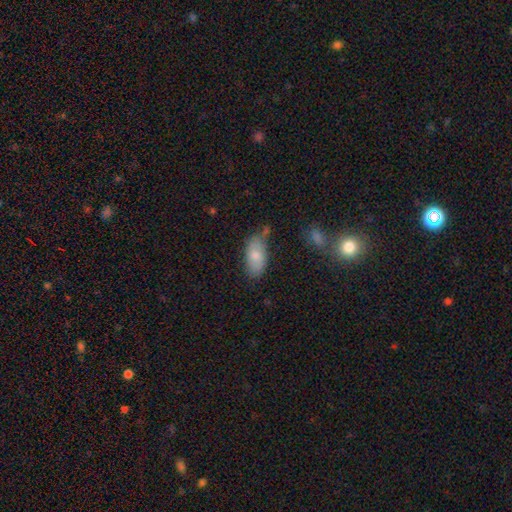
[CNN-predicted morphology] A smooth galaxy with no disk features (78%) that is in between round and cigar-shaped (92%). Merging: none (63%).